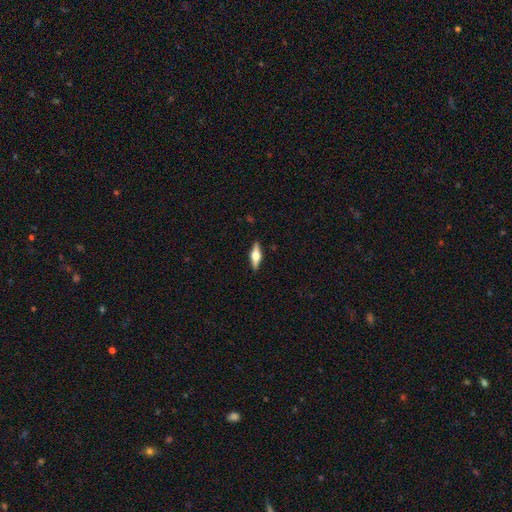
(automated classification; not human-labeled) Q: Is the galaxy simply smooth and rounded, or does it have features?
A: featured or disk — 60%.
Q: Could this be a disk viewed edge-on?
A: yes — 96%.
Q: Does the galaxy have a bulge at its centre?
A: rounded — 93%.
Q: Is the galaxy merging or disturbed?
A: none — 90%.